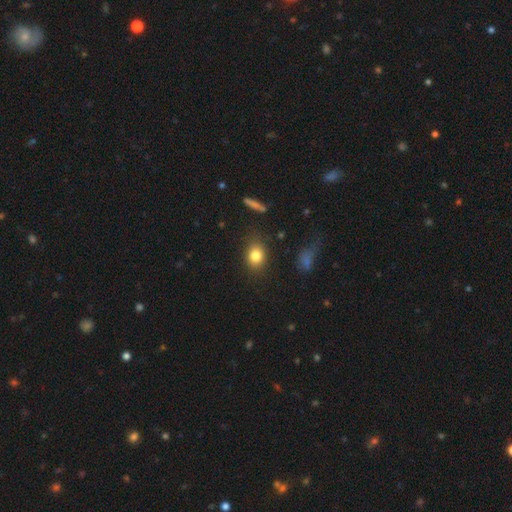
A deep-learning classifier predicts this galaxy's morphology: The model was most divided on "how rounded": in between: 51%, round: 47%, cigar-shaped: 2%. More confident: smooth or featured — smooth (82%); merging — none (81%).